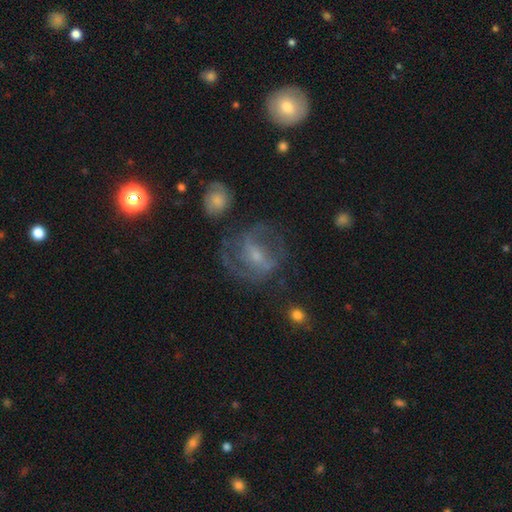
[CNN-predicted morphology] A featured or disk galaxy (73%) with a weak bar (46%), 2 (54%) medium (49%) spiral arms (81%) and a small central bulge (58%). Merging: none (60%).